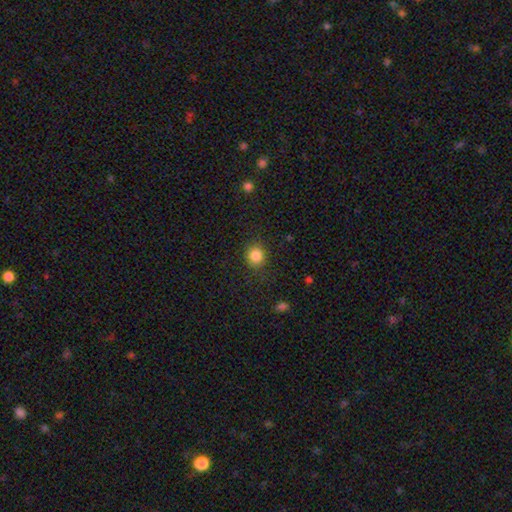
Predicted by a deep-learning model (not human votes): Overall: smooth (85%). How rounded: round (85%). Merging: none (87%).